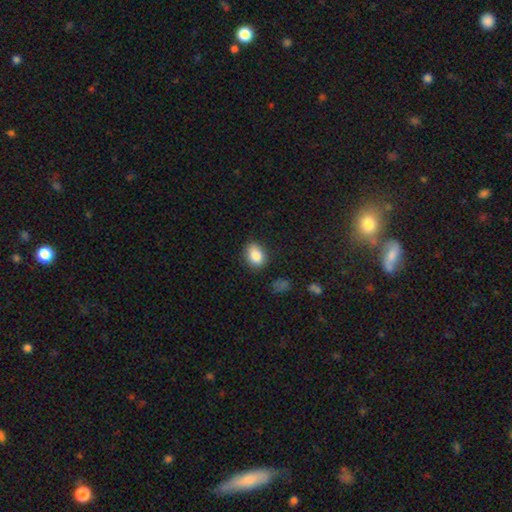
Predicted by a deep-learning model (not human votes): Smooth or featured?
  - smooth: 85% *
  - star or artifact: 9%
  - featured or disk: 6%
How rounded?
  - in between: 68% *
  - round: 31%
  - cigar-shaped: 1%
Merging?
  - none: 81% *
  - minor disturbance: 14%
  - major disturbance: 3%
  - merger: 2%